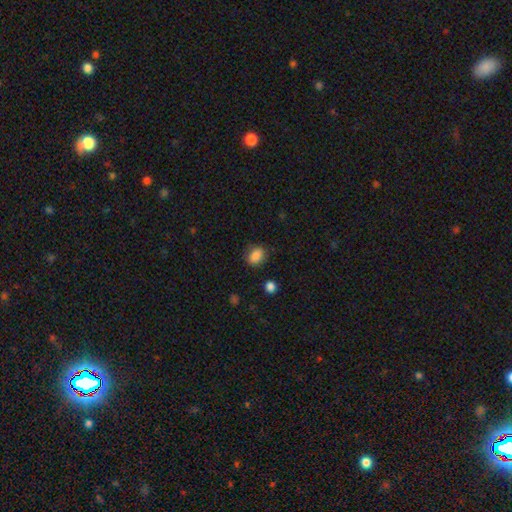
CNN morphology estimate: smooth 86%, star or artifact 9%, featured or disk 5%. Down the decision tree: how rounded — in between (65%); merging — none (78%).